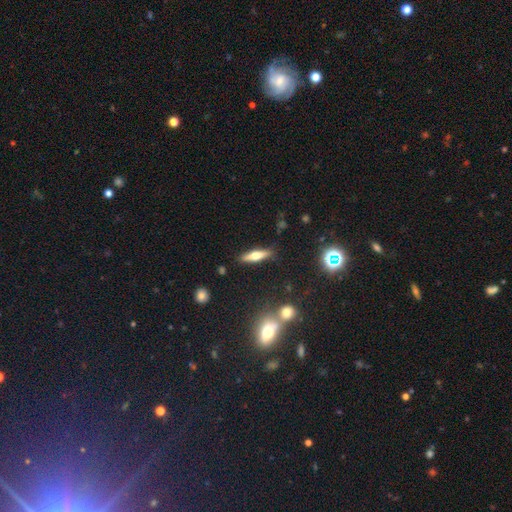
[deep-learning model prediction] This is possibly a smooth galaxy (46%, tied with featured or disk). Merging: clearly none (86%).